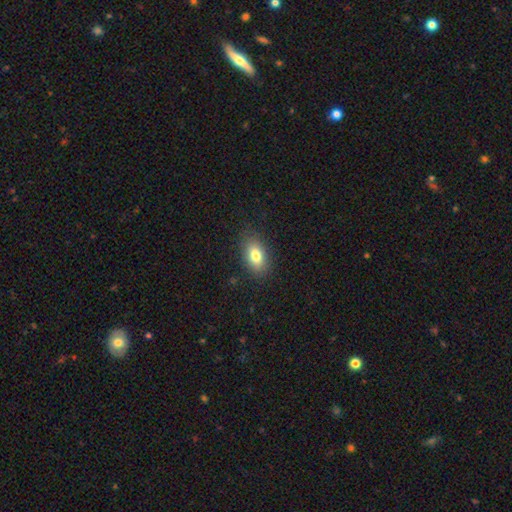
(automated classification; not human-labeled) smooth-or-featured: smooth: 80% | featured or disk: 11% | star or artifact: 9%
  how-rounded: in between: 86% | round: 11% | cigar-shaped: 3%
  merging: none: 86% | minor disturbance: 10% | major disturbance: 3% | merger: 1%